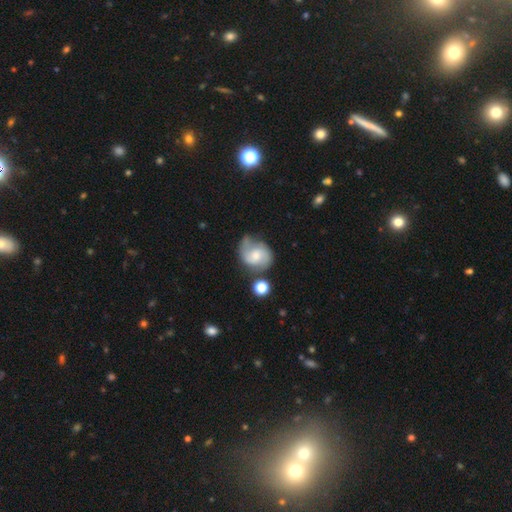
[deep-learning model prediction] A featured or disk galaxy (63%) with no bar (58%), 2 (78%) medium (46%) spiral arms (88%) and a moderate central bulge (47%). Merging: none (48%).